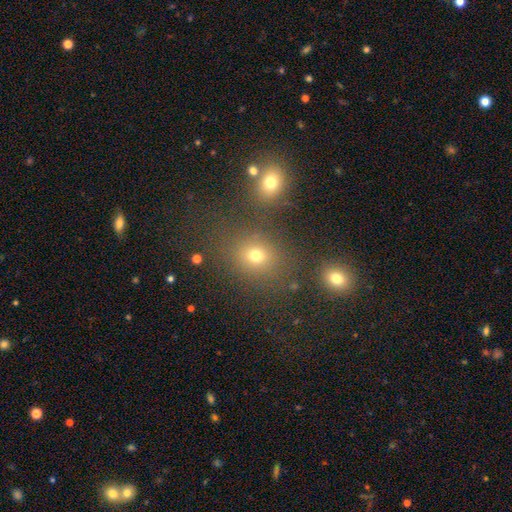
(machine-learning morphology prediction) Smooth or featured?
  - smooth: 69% *
  - star or artifact: 21%
  - featured or disk: 9%
How rounded?
  - round: 62% *
  - in between: 37%
  - cigar-shaped: 2%
Merging?
  - none: 73% *
  - merger: 11%
  - minor disturbance: 10%
  - major disturbance: 5%